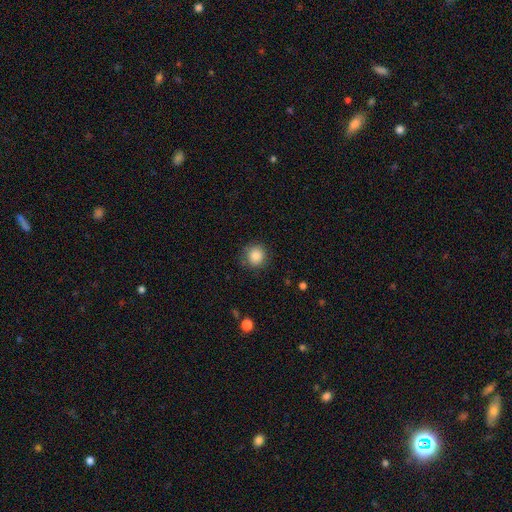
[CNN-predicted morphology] Overall: smooth (87%). How rounded: round (91%). Merging: none (85%).